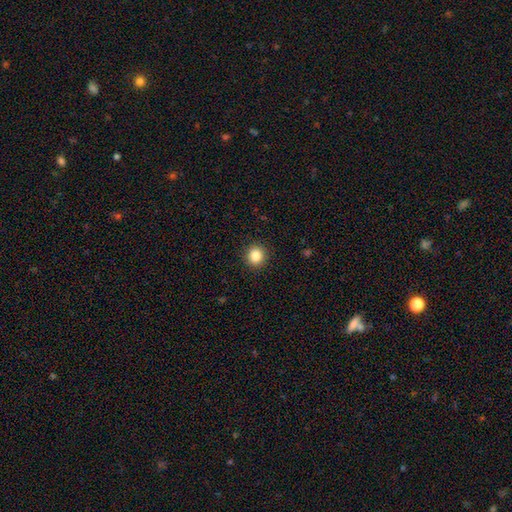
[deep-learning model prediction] A smooth galaxy with no disk features (85%) that is round (89%).

Vote fractions:
- Smooth or featured? smooth: 85% / star or artifact: 10% / featured or disk: 4%
- How rounded? round: 89% / in between: 10% / cigar-shaped: 1%
- Merging? none: 91% / minor disturbance: 6% / major disturbance: 2% / merger: 1%